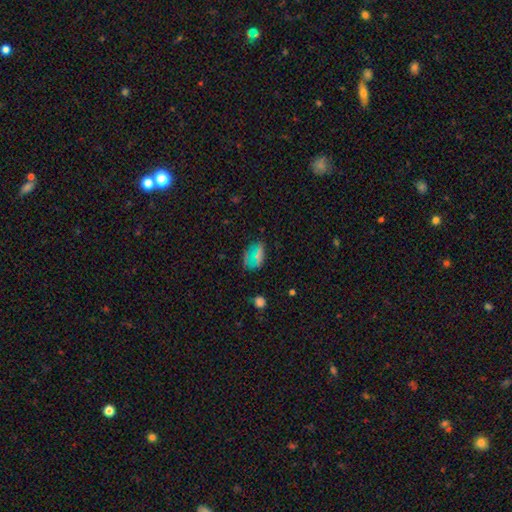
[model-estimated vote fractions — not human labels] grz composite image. It shows a smooth galaxy with no disk features (56%) that is in between round and cigar-shaped (70%). Merging: none (74%).